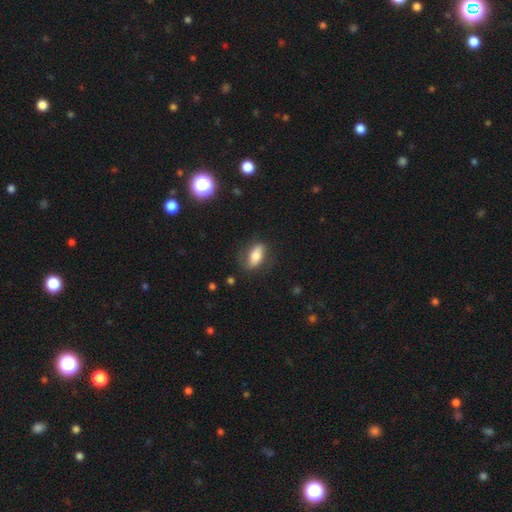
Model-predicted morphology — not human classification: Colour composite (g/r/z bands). It shows a smooth galaxy with no disk features (66%) that is in between round and cigar-shaped (83%). Merging: none (71%).